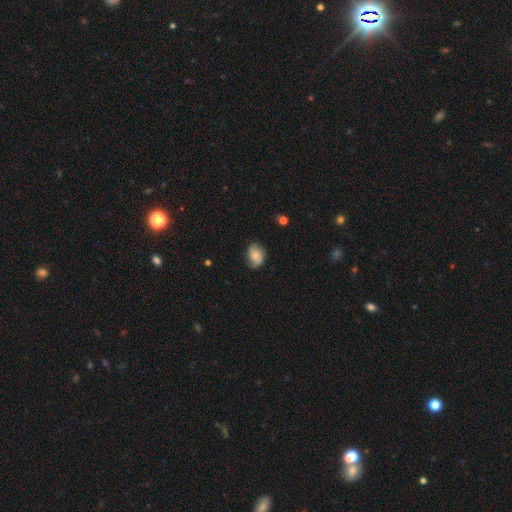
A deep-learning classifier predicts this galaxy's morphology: This appears to be a smooth galaxy with no disk features (70%) that is in between round and cigar-shaped (63%). Merging: none (66%).